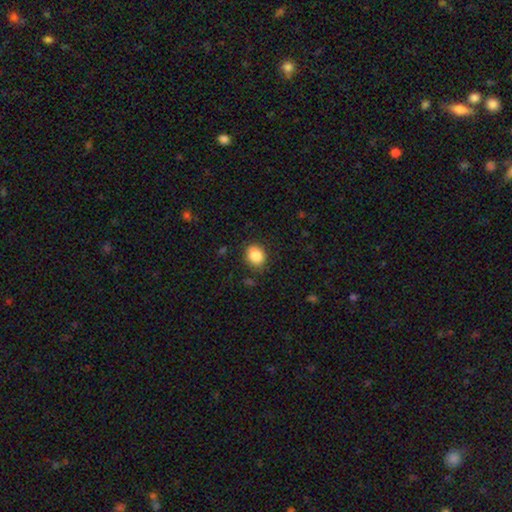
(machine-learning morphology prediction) Overall: smooth (86%). How rounded: round (52%; in between 47%). Merging: none (81%).